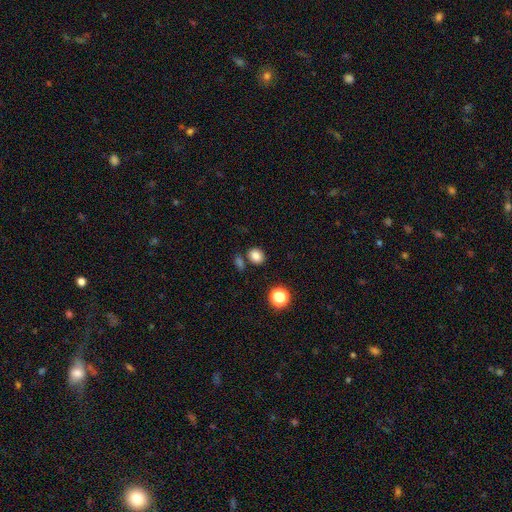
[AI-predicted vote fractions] A smooth galaxy with no disk features (83%) that is round (56%).

Vote fractions:
- Smooth or featured? smooth: 83% / star or artifact: 13% / featured or disk: 5%
- How rounded? round: 56% / in between: 43% / cigar-shaped: 1%
- Merging? none: 78% / minor disturbance: 10% / merger: 9% / major disturbance: 3%